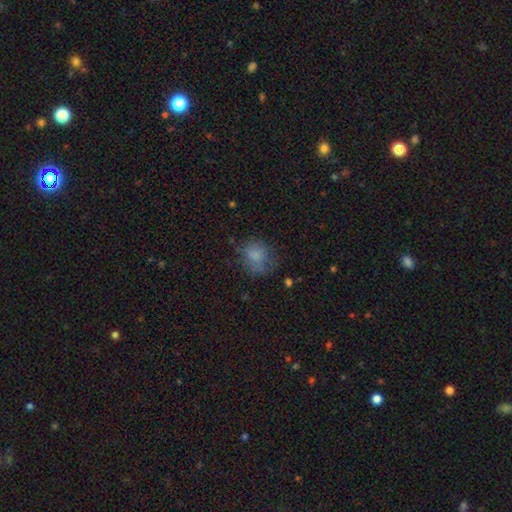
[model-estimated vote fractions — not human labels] smooth 75%, featured or disk 14%, star or artifact 12%. Down the decision tree: how rounded — round (63%); merging — none (57%).